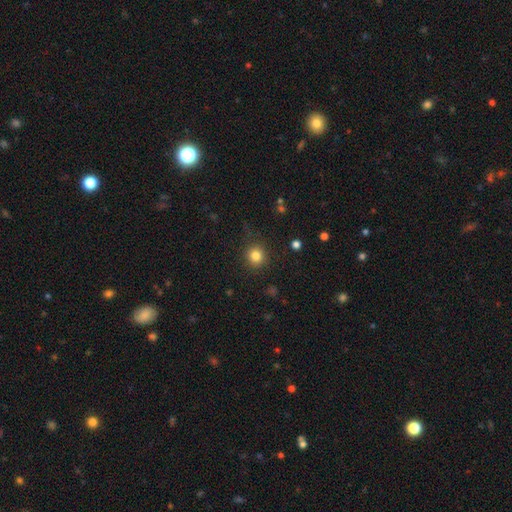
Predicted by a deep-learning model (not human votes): smooth-or-featured: smooth: 82% | star or artifact: 12% | featured or disk: 5%
  how-rounded: round: 92% | in between: 7% | cigar-shaped: 1%
  merging: none: 87% | minor disturbance: 8% | major disturbance: 3% | merger: 1%